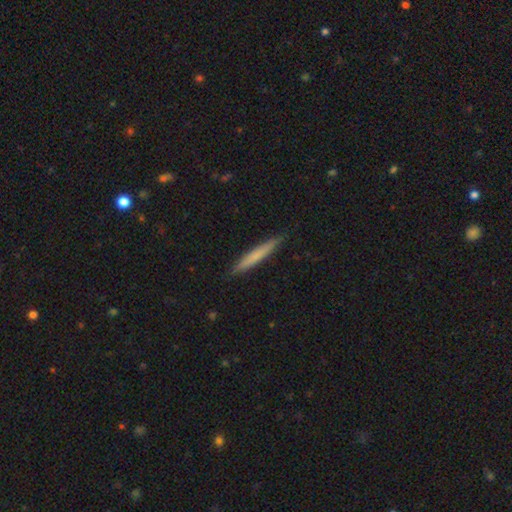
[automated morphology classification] Smooth or featured? smooth (68%)
How rounded? cigar-shaped (96%)
Merging? none (89%)